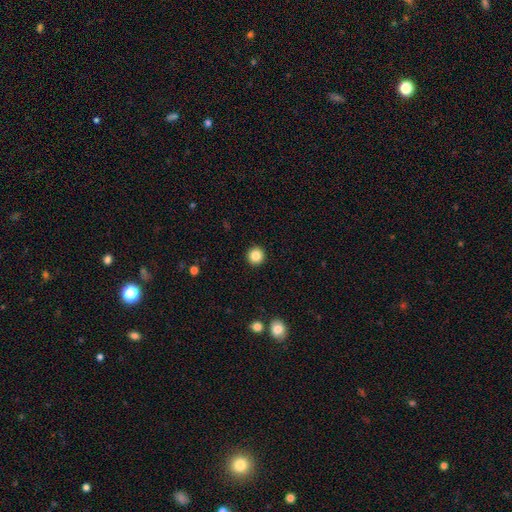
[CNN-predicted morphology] This appears to be a smooth galaxy with no disk features (85%) that is round (96%). Merging: none (94%).